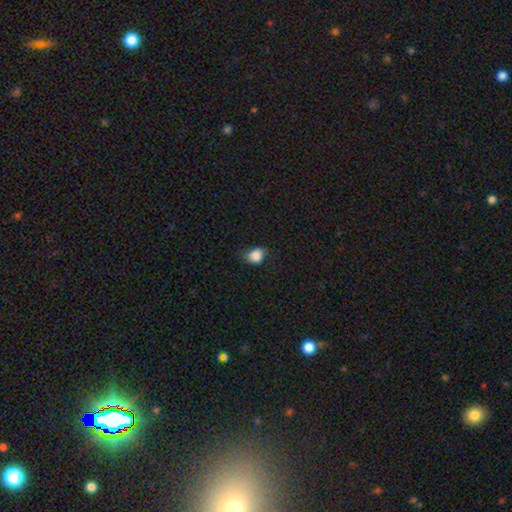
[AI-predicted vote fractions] smooth_or_featured: smooth (p=0.86) [alt: star or artifact p=0.09]
how_rounded: round (p=0.50) [alt: in between p=0.49]
merging: none (p=0.61) [alt: minor disturbance p=0.30]